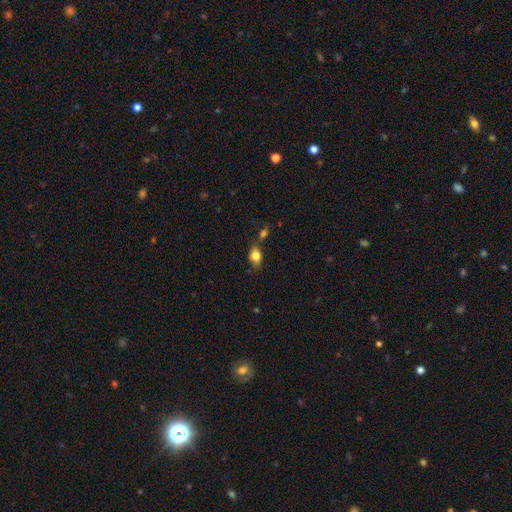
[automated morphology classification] Smooth or featured? smooth (81%)
How rounded? in between (77%)
Merging? none (60%)